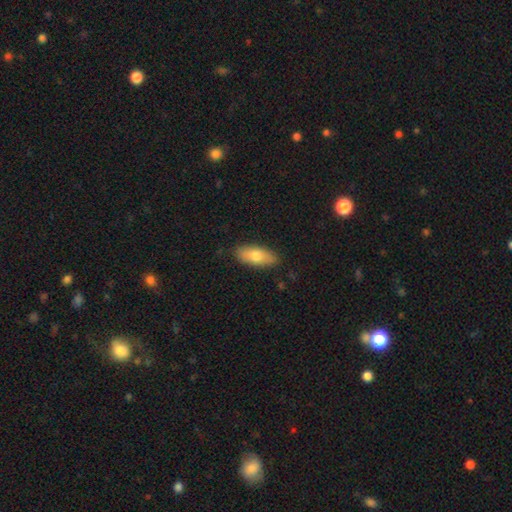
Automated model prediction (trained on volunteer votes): smooth 72%, featured or disk 22%, star or artifact 6%. Down the decision tree: how rounded — in between (80%); merging — none (87%).